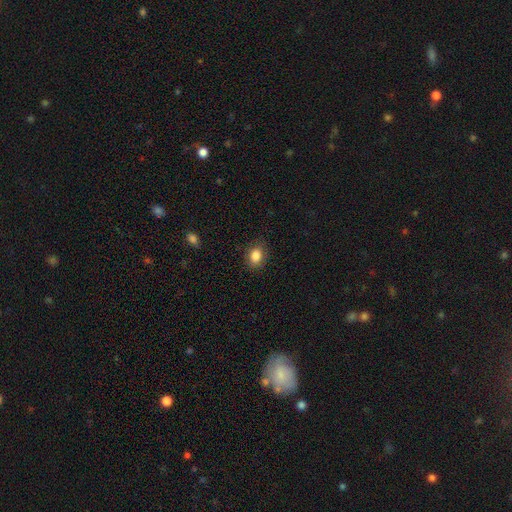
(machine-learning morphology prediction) Q: Smooth or featured?
A: smooth (85%); runner-up: star or artifact (9%)
Q: How rounded?
A: in between (66%); runner-up: round (33%)
Q: Merging?
A: none (84%); runner-up: minor disturbance (12%)